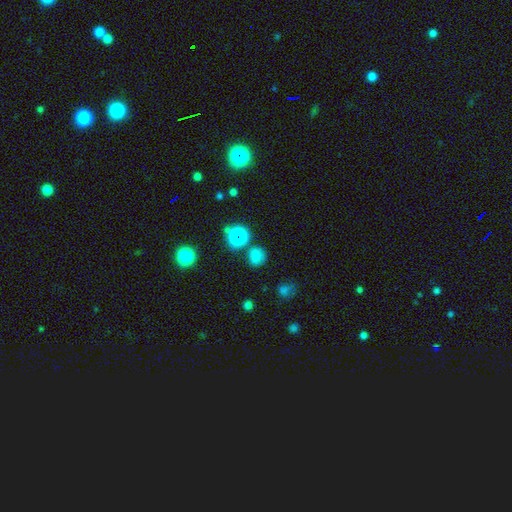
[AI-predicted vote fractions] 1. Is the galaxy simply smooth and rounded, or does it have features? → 70% smooth, 23% star or artifact, 7% featured or disk.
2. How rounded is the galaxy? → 77% round, 22% in between, 1% cigar-shaped.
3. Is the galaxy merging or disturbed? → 77% none, 12% minor disturbance, 6% merger, 4% major disturbance.